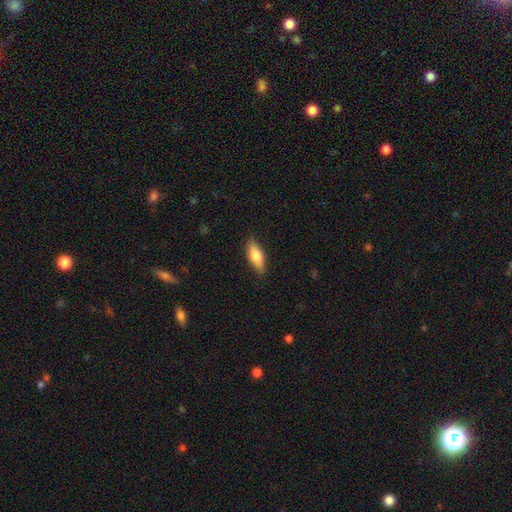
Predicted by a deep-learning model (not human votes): Morphology: type=smooth (72%); roundness=in between (66%); merging=none (86%).